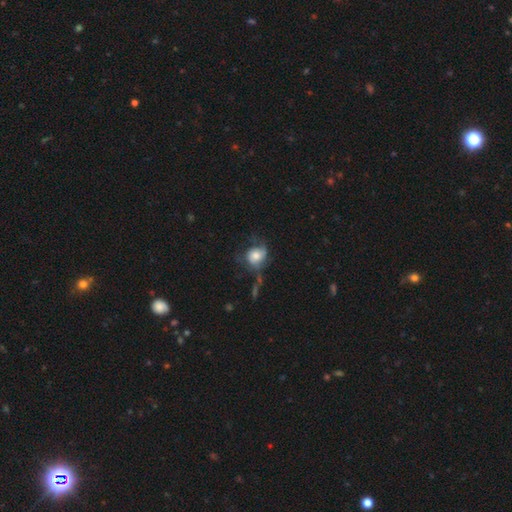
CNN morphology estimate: Q: Smooth or featured?
A: smooth (59%); runner-up: featured or disk (32%)
Q: How rounded?
A: round (71%); runner-up: in between (28%)
Q: Merging?
A: none (39%); runner-up: major disturbance (28%)